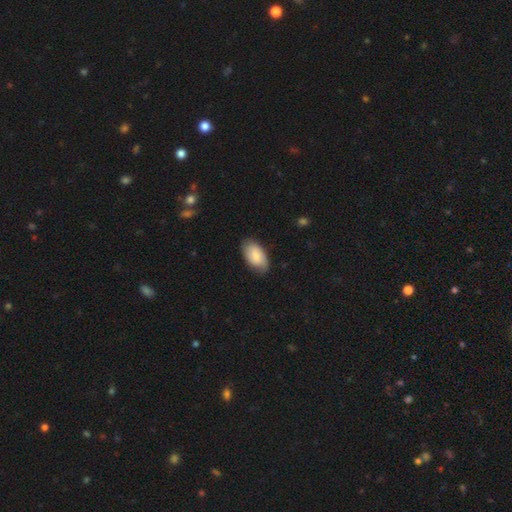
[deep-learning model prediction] This is likely a smooth galaxy (70%). How rounded: clearly in between (95%). Merging: likely none (79%).